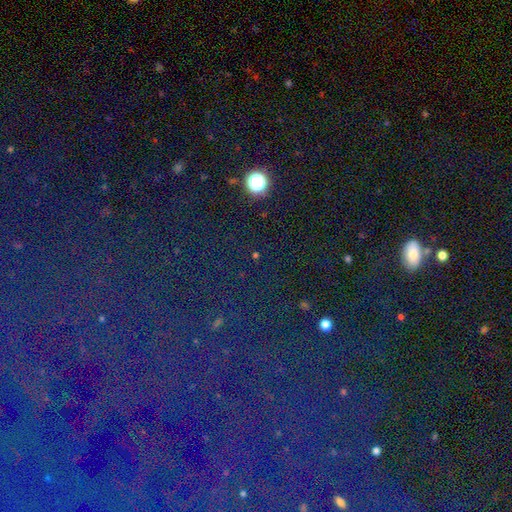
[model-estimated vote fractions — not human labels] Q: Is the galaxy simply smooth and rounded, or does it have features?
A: star or artifact — 70%.